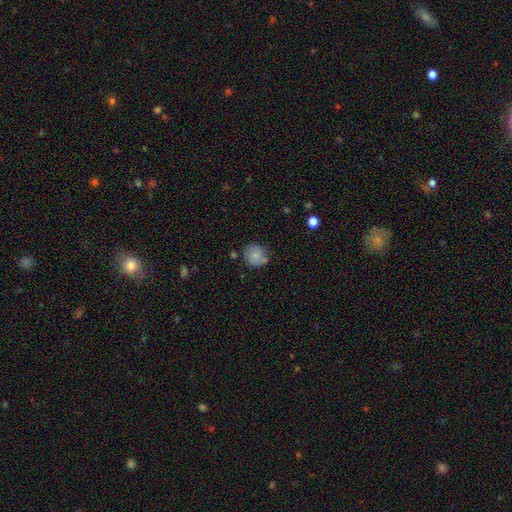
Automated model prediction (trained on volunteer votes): Smooth or featured? smooth (79%)
How rounded? round (86%)
Merging? none (69%)